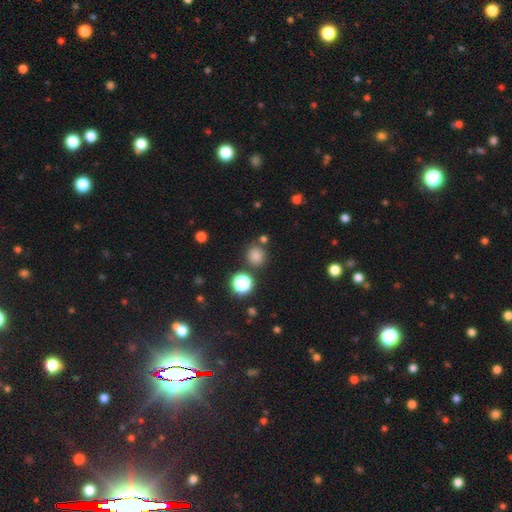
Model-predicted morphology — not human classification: smooth 78%, star or artifact 17%, featured or disk 5%. Down the decision tree: how rounded — round (90%); merging — none (80%).